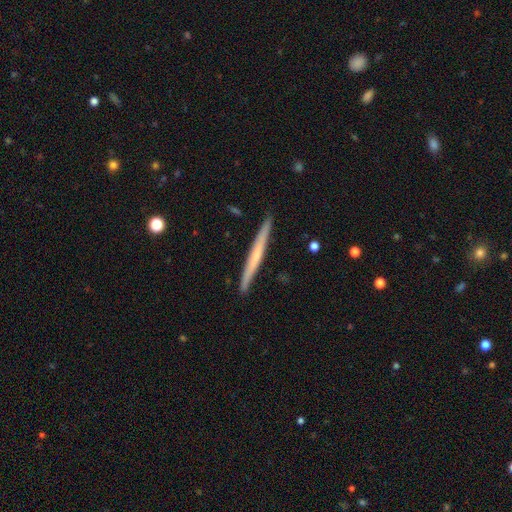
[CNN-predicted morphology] This appears to be a featured or disk galaxy (54%) viewed edge-on (97%) with no central bulge (64%). Merging: none (91%).